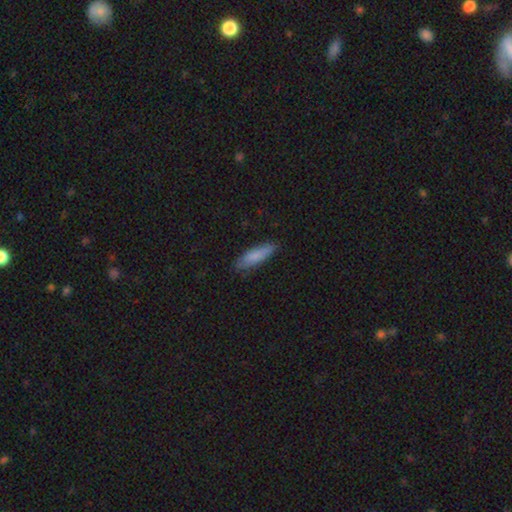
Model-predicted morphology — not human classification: Smooth or featured: smooth — 83% (featured or disk — 11%)
How rounded: cigar-shaped — 62% (in between — 36%)
Merging: none — 78% (minor disturbance — 18%)